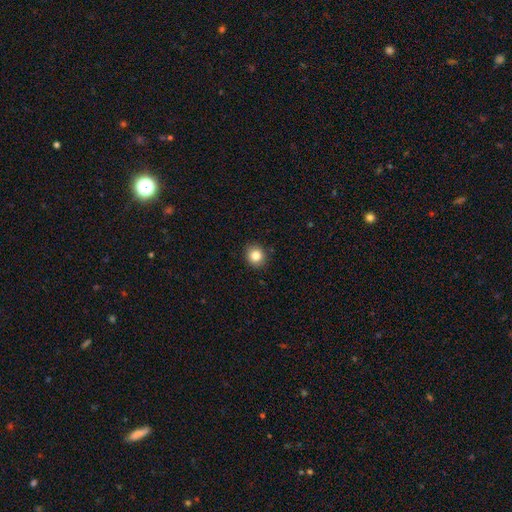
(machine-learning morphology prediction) type=smooth (84%); roundness=round (85%); merging=none (91%).